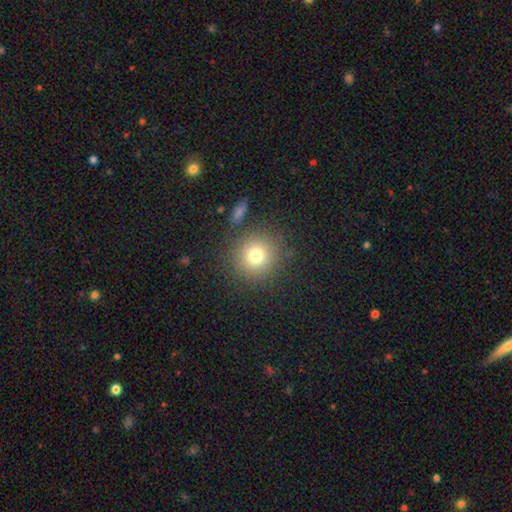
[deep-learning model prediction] This is likely a smooth galaxy (75%). How rounded: clearly round (92%). Merging: clearly none (85%).